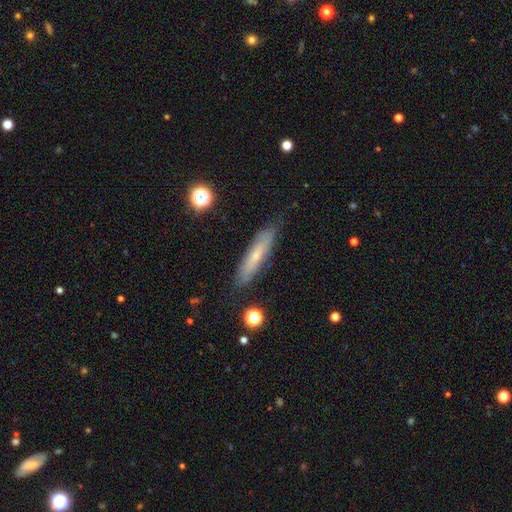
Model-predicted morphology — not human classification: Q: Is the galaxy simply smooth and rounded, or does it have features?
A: smooth — 52%.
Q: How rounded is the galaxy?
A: cigar-shaped — 83%.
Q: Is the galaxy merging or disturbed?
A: none — 83%.